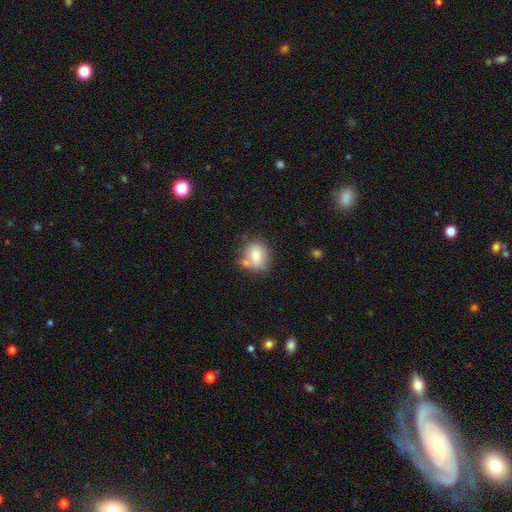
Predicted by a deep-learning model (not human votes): Smooth or featured?
  - smooth: 74% *
  - featured or disk: 17%
  - star or artifact: 9%
How rounded?
  - round: 66% *
  - in between: 33%
  - cigar-shaped: 1%
Merging?
  - none: 56% *
  - minor disturbance: 21%
  - merger: 16%
  - major disturbance: 6%